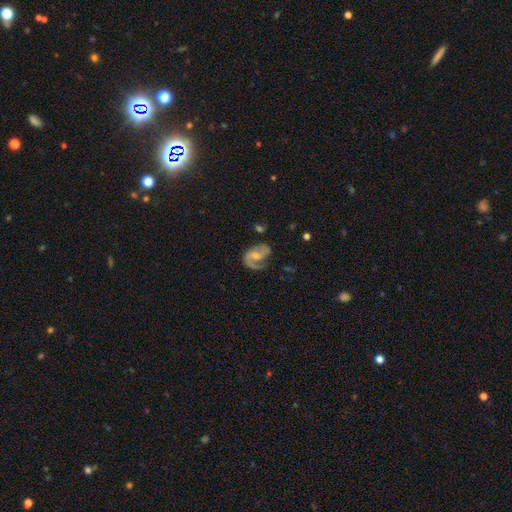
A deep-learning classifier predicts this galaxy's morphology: smooth-or-featured: featured or disk: 80% | smooth: 14% | star or artifact: 6%
  disk-edge-on: no: 97% | yes: 3%
    bar: no: 47% | weak: 41% | strong: 12%
    has-spiral-arms: yes: 94% | no: 6%
      spiral-winding: medium: 49% | loose: 29% | tight: 23%
      spiral-arm-count: 2: 67% | 1: 26% | can't tell: 4% | 3: 1% | 4: 1% | more than 4: 1%
    bulge-size: moderate: 52% | small: 38% | none: 5% | large: 4% | dominant: 1%
  merging: none: 59% | minor disturbance: 22% | major disturbance: 16% | merger: 3%